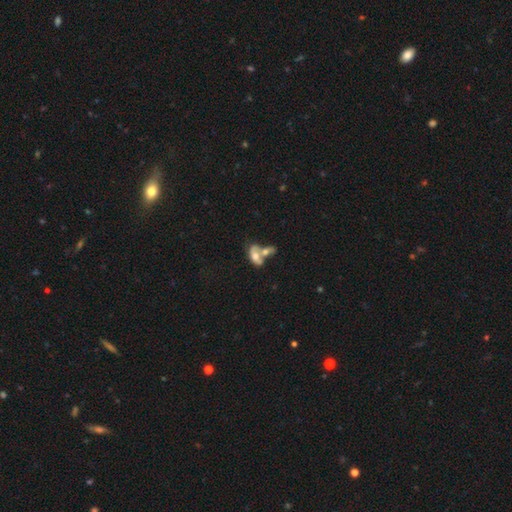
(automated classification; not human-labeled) This is possibly a smooth galaxy (52%). How rounded: clearly in between (86%). Merging: likely merger (66%).